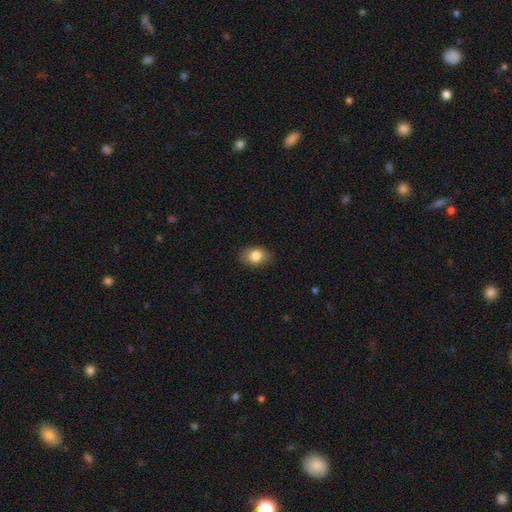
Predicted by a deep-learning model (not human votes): This is clearly a smooth galaxy (84%). How rounded: likely in between (73%). Merging: clearly none (85%).